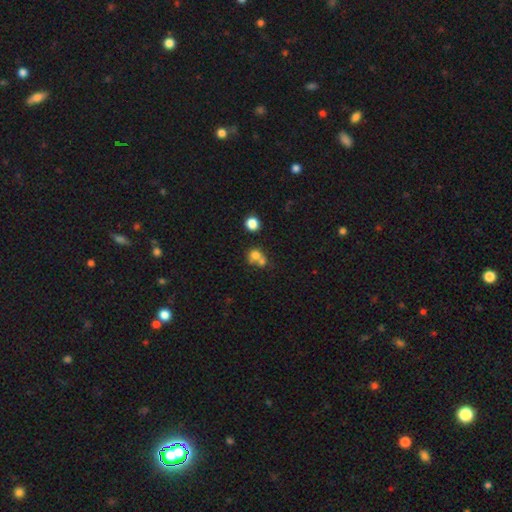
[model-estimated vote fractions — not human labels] smooth 72%, featured or disk 15%, star or artifact 13%. Down the decision tree: how rounded — round (74%); merging — merger (55%).